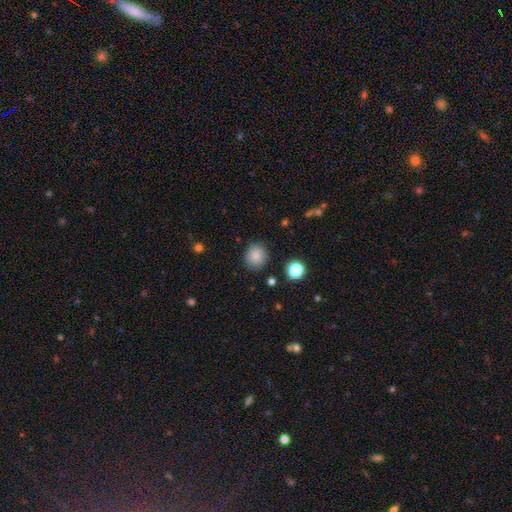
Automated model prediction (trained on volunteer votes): Smooth or featured: smooth — 85% (star or artifact — 10%)
How rounded: round — 84% (in between — 15%)
Merging: none — 85% (minor disturbance — 10%)